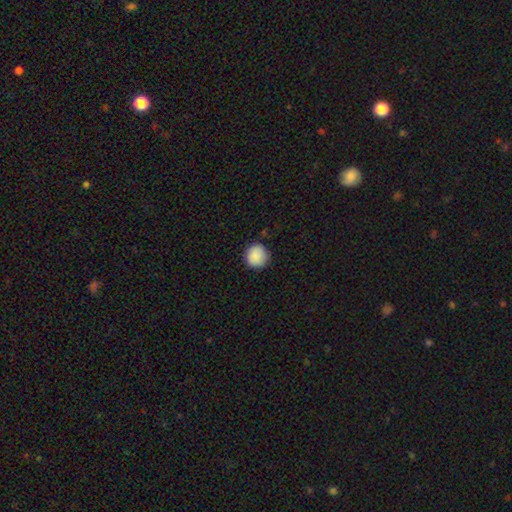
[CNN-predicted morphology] The model was most divided on "merging": none: 88%, minor disturbance: 9%, major disturbance: 2%, merger: 1%. More confident: how rounded — round (93%); smooth or featured — smooth (89%).